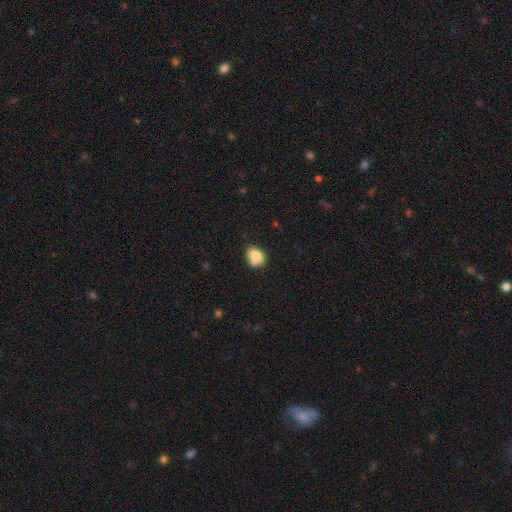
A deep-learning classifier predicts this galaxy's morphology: smooth-or-featured: smooth: 79% | featured or disk: 11% | star or artifact: 9%
  how-rounded: in between: 65% | round: 34% | cigar-shaped: 1%
  merging: none: 47% | minor disturbance: 25% | merger: 21% | major disturbance: 7%